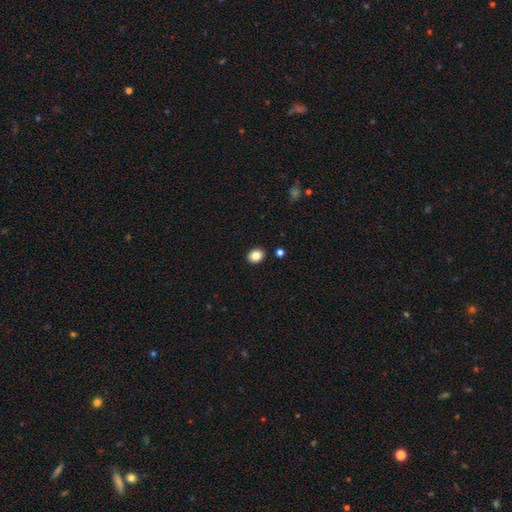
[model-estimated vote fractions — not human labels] Morphology: type=smooth (86%); roundness=in between (53%); merging=none (90%).